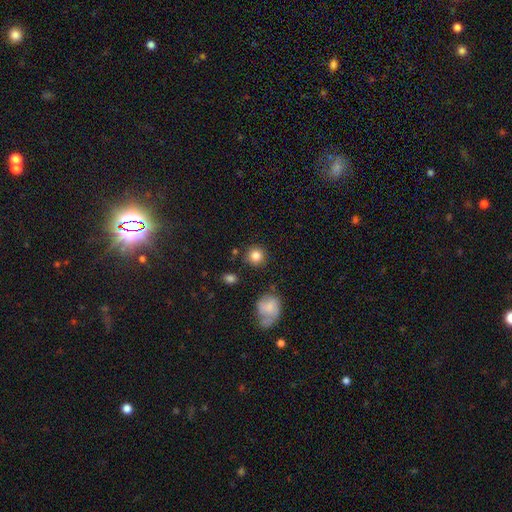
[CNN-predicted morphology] Q: Smooth or featured?
A: smooth (84%); runner-up: star or artifact (9%)
Q: How rounded?
A: round (91%); runner-up: in between (8%)
Q: Merging?
A: none (84%); runner-up: minor disturbance (9%)